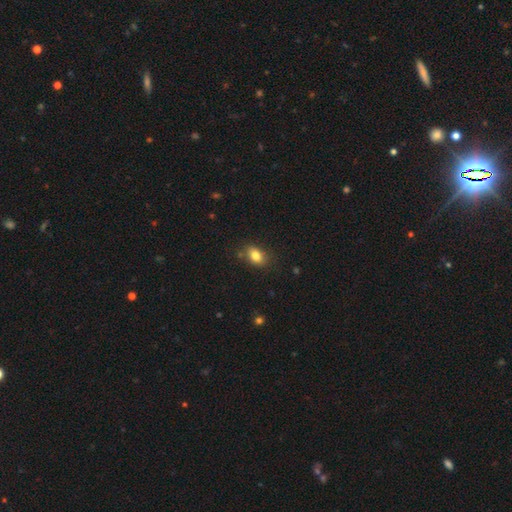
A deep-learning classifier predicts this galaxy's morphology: Overall: smooth (83%). How rounded: in between (80%). Merging: none (78%).